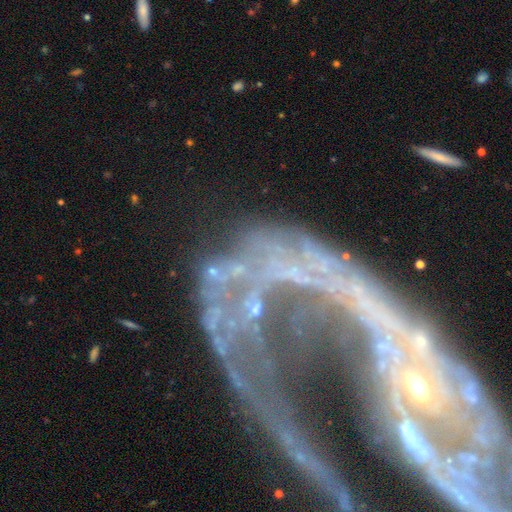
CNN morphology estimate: A featured or disk galaxy (70%) with no bar (55%), spiral arms (59%) and a small central bulge (43%). Merging: major disturbance (38%).